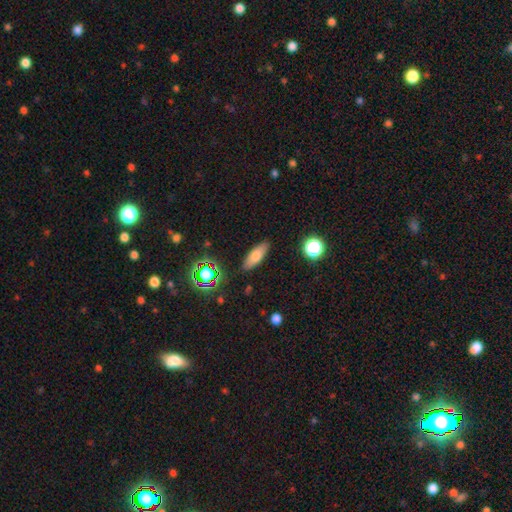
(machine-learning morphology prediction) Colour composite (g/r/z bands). It shows a smooth galaxy with no disk features (73%) that is in between round and cigar-shaped (63%). Merging: none (86%).